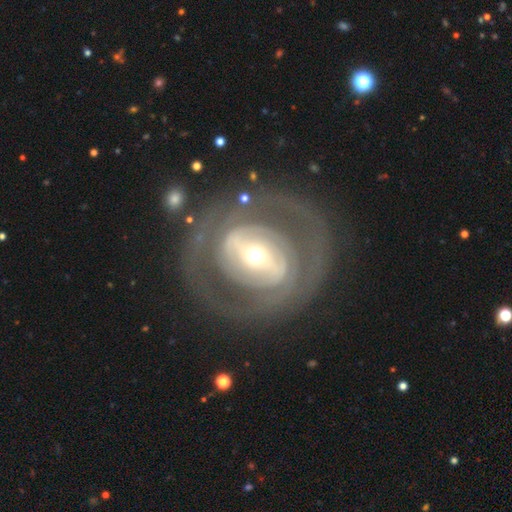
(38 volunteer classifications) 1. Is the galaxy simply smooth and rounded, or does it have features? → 84% featured or disk, 13% smooth, 3% star or artifact.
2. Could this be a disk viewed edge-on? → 84% no, 16% yes.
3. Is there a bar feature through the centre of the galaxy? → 52% strong, 33% no, 15% weak.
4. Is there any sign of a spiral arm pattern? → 78% yes, 22% no.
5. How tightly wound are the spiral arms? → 57% tight, 24% medium, 19% loose.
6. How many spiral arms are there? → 71% 2, 19% can't tell, 10% 3, 0% 1, 0% 4, 0% more than 4.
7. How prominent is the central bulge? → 41% small, 33% moderate, 22% large, 4% dominant, 0% none.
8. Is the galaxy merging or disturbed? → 78% none, 14% minor disturbance, 8% major disturbance, 0% merger.